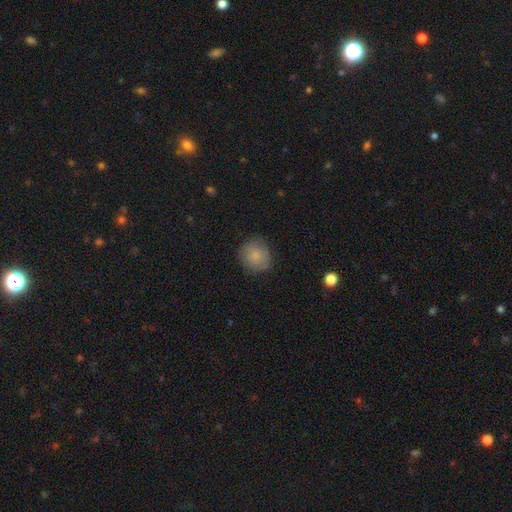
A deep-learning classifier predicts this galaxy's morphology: smooth-or-featured: smooth: 81% | featured or disk: 10% | star or artifact: 8%
  how-rounded: round: 84% | in between: 15% | cigar-shaped: 1%
  merging: none: 78% | minor disturbance: 17% | major disturbance: 4% | merger: 1%